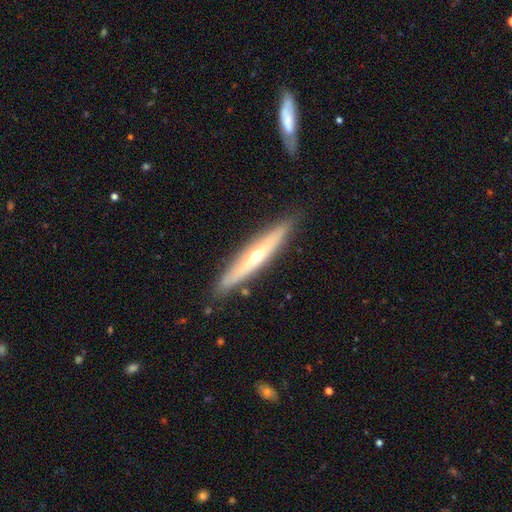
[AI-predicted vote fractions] A featured or disk galaxy (65%) viewed edge-on (91%) with a rounded central bulge (85%).

Vote fractions:
- Smooth or featured? featured or disk: 65% / smooth: 29% / star or artifact: 6%
- Edge-on disk? yes: 91% / no: 9%
- Edge-on bulge? rounded: 85% / none: 13% / boxy: 2%
- Merging? none: 88% / minor disturbance: 9% / merger: 2% / major disturbance: 2%